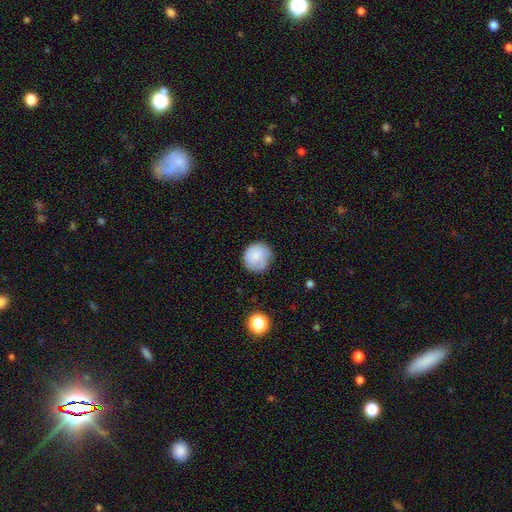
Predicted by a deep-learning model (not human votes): smooth 81%, featured or disk 11%, star or artifact 8%. Down the decision tree: how rounded — round (90%); merging — none (75%).